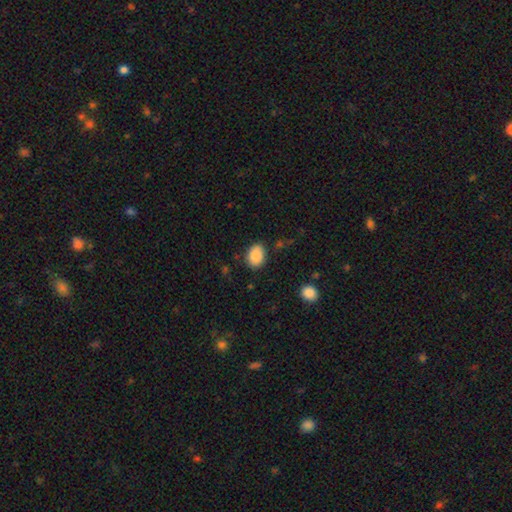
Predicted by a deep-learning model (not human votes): This is clearly a smooth galaxy (88%). How rounded: likely in between (68%). Merging: clearly none (82%).